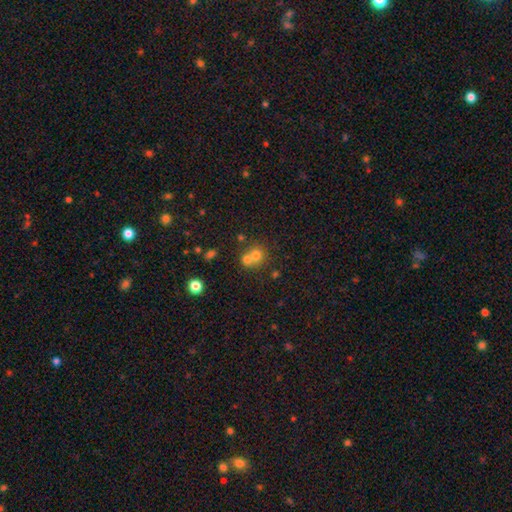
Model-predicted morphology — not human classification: Q: Smooth or featured?
A: smooth (69%); runner-up: featured or disk (16%)
Q: How rounded?
A: round (81%); runner-up: in between (19%)
Q: Merging?
A: merger (56%); runner-up: none (35%)